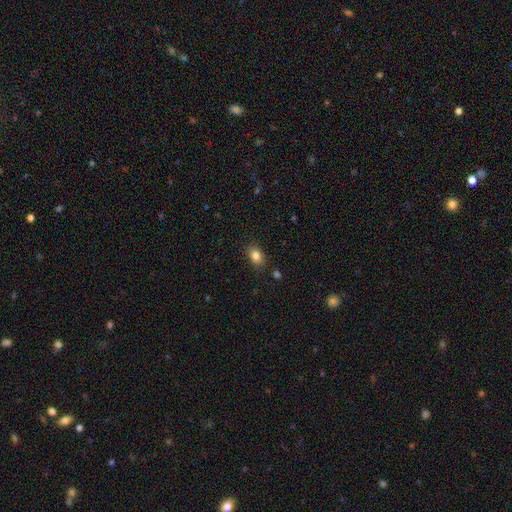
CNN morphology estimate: Smooth or featured: smooth — 84% (star or artifact — 10%)
How rounded: in between — 77% (round — 21%)
Merging: none — 84% (minor disturbance — 11%)